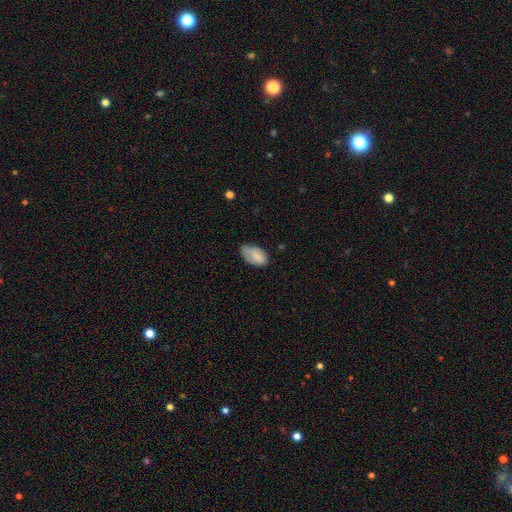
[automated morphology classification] A smooth galaxy with no disk features (81%) that is in between round and cigar-shaped (93%).

Vote fractions:
- Smooth or featured? smooth: 81% / featured or disk: 12% / star or artifact: 7%
- How rounded? in between: 93% / round: 5% / cigar-shaped: 2%
- Merging? none: 56% / minor disturbance: 33% / major disturbance: 9% / merger: 2%